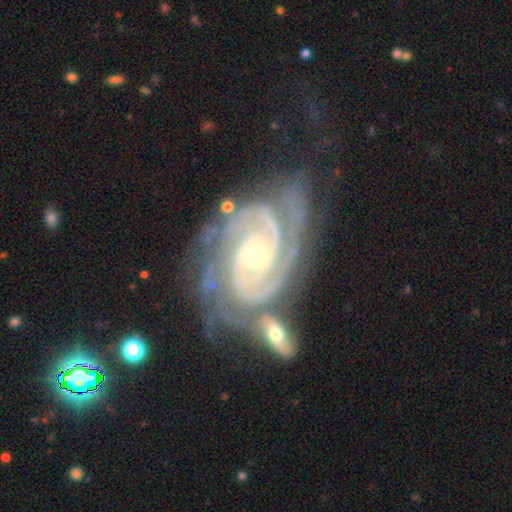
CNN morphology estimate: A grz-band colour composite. It shows a featured or disk galaxy (93%) with no bar (59%), 2 (43%) tight (78%) spiral arms (99%) and a small central bulge (56%). Merging: none (47%).